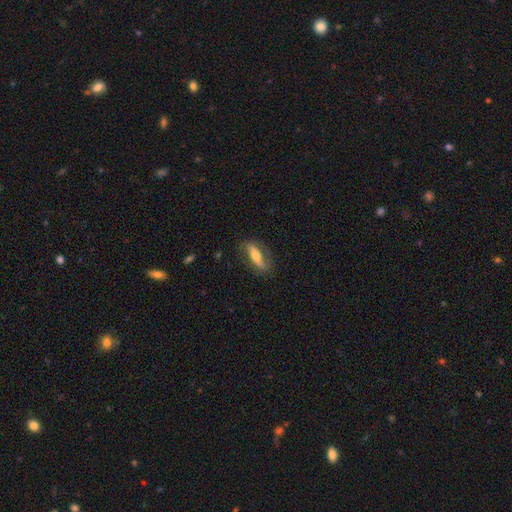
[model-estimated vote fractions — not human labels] featured or disk 60%, smooth 34%, star or artifact 6%. Down the decision tree: edge-on disk — no (61%); merging — none (76%).